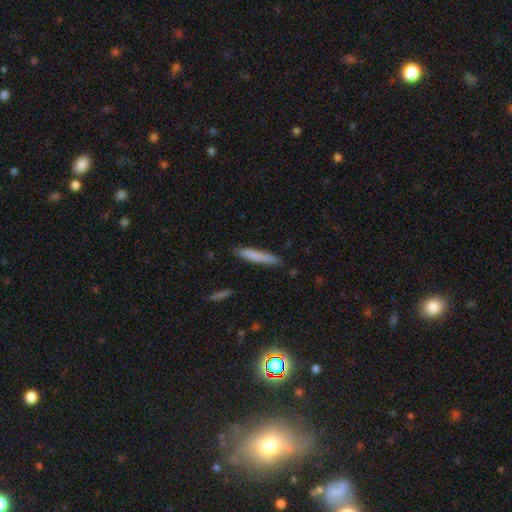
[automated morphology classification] Smooth or featured?
  - smooth: 78% *
  - featured or disk: 15%
  - star or artifact: 6%
How rounded?
  - cigar-shaped: 93% *
  - in between: 6%
  - round: 1%
Merging?
  - none: 83% *
  - minor disturbance: 13%
  - major disturbance: 2%
  - merger: 2%